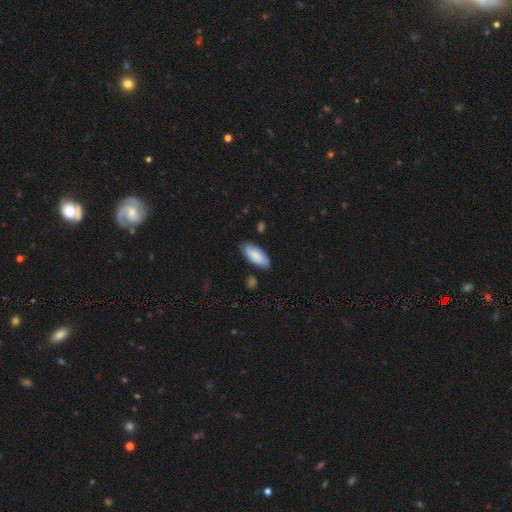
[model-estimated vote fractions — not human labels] Q: Smooth or featured?
A: smooth (79%); runner-up: featured or disk (15%)
Q: How rounded?
A: in between (87%); runner-up: cigar-shaped (11%)
Q: Merging?
A: none (80%); runner-up: minor disturbance (15%)